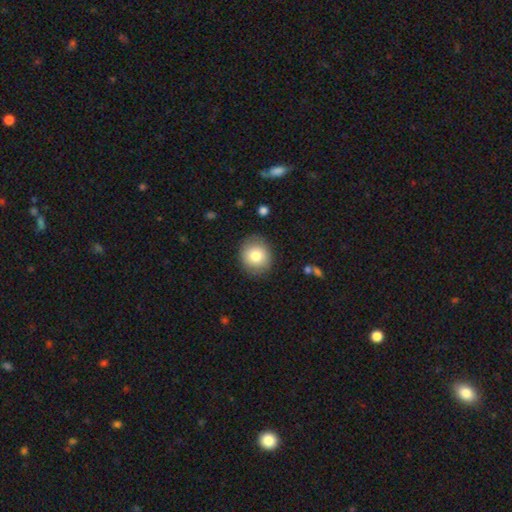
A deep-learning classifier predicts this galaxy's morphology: type=smooth (80%); roundness=round (77%); merging=none (86%).